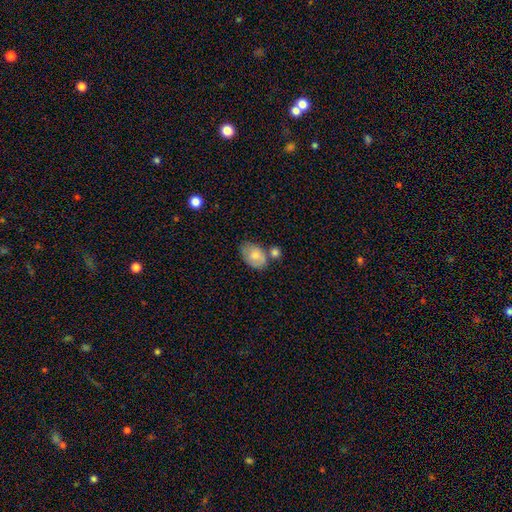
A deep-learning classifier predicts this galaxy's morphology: A smooth galaxy with no disk features (74%) that is in between round and cigar-shaped (85%).

Vote fractions:
- Smooth or featured? smooth: 74% / featured or disk: 20% / star or artifact: 7%
- How rounded? in between: 85% / round: 14% / cigar-shaped: 1%
- Merging? none: 50% / merger: 24% / minor disturbance: 21% / major disturbance: 6%